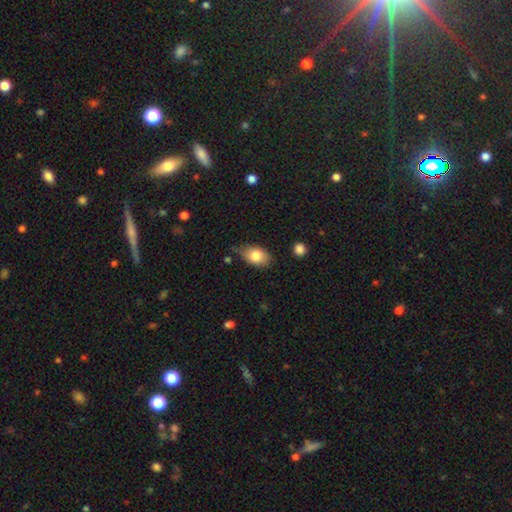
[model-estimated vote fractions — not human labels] The model was most divided on "merging": none: 56%, minor disturbance: 33%, major disturbance: 7%, merger: 4%. More confident: how rounded — in between (83%); smooth or featured — smooth (79%).